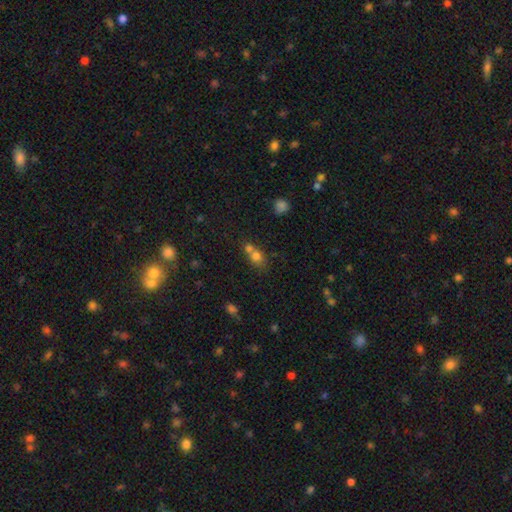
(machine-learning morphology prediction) This is likely a smooth galaxy (72%). How rounded: likely round (60%). Merging: possibly merger (58%).